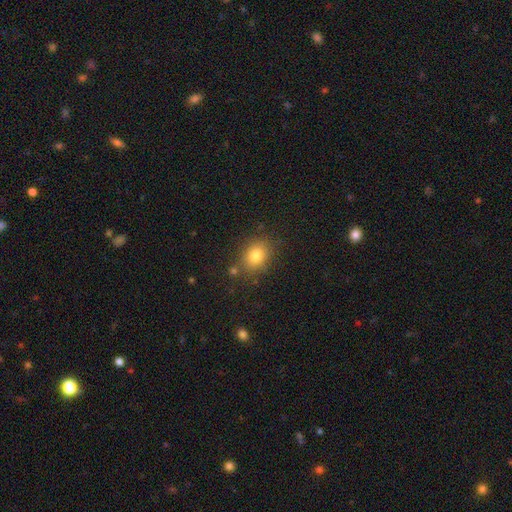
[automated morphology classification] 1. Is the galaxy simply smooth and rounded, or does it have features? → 80% smooth, 11% star or artifact, 8% featured or disk.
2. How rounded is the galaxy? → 54% in between, 45% round, 1% cigar-shaped.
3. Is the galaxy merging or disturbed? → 80% none, 12% minor disturbance, 5% merger, 4% major disturbance.